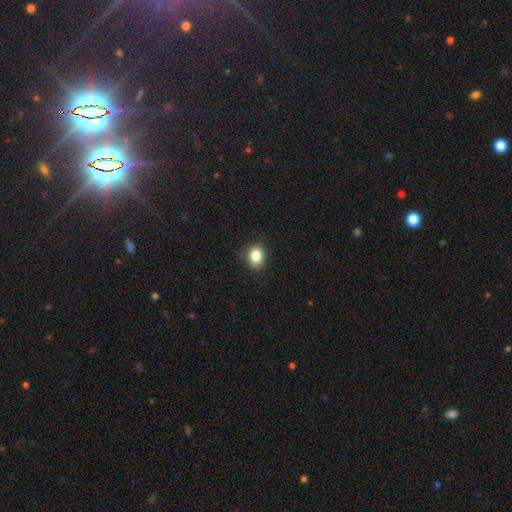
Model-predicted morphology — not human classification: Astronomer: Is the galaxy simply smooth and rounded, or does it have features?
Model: smooth — 84%.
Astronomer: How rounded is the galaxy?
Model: round — 50% (runner-up: in between, 49%).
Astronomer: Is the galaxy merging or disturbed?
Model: none — 87%.